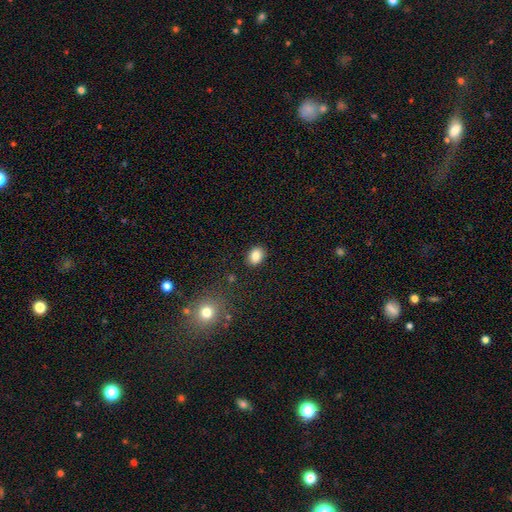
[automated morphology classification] Overall: smooth (85%). How rounded: in between (66%; round 33%). Merging: none (88%).